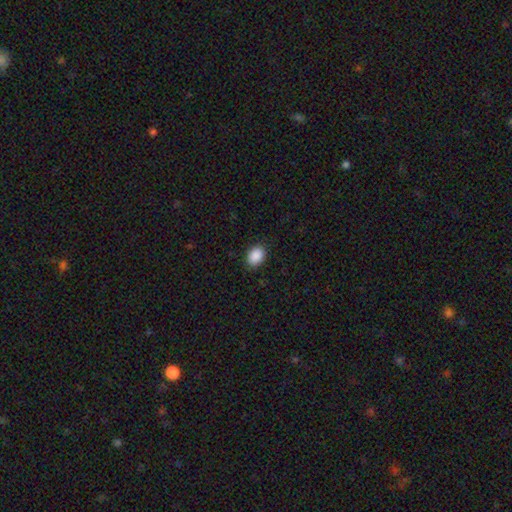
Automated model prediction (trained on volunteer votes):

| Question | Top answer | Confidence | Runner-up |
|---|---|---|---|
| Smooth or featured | smooth | 90% | star or artifact (8%) |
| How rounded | in between | 74% | round (25%) |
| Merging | none | 88% | minor disturbance (9%) |